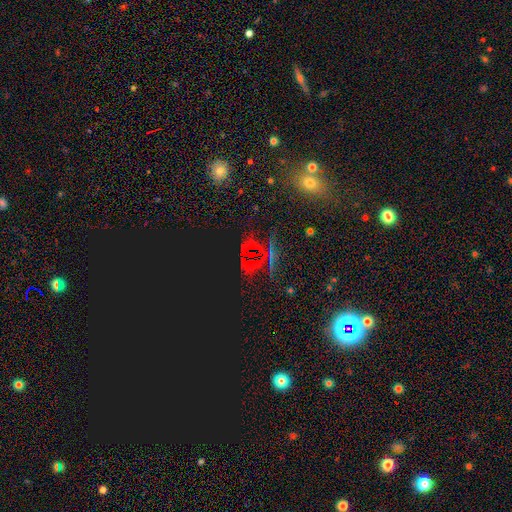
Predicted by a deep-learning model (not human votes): Smooth or featured? star or artifact (80%)